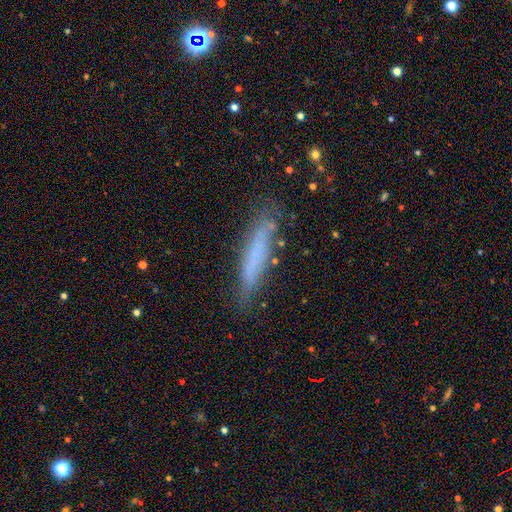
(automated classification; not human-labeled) The model was most divided on "smooth or featured": smooth: 62%, featured or disk: 28%, star or artifact: 11%. More confident: how rounded — cigar-shaped (87%); merging — none (75%).